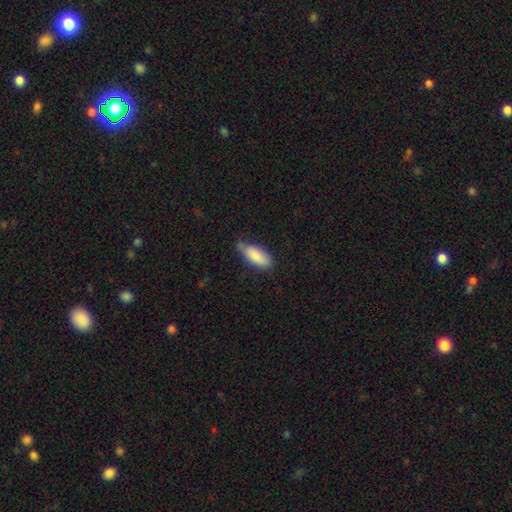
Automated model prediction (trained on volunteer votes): This appears to be a smooth galaxy with no disk features (86%) that is in between round and cigar-shaped (86%). Merging: none (54%).